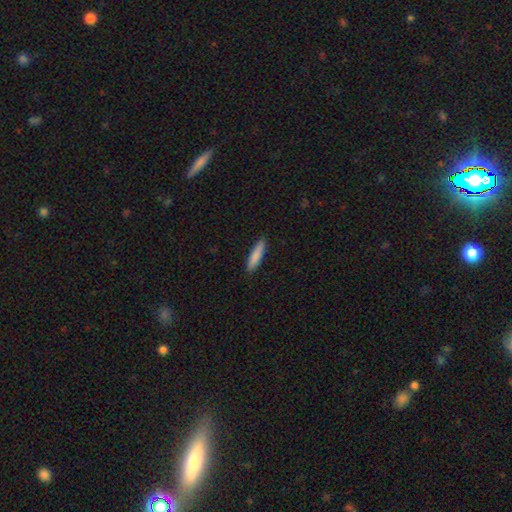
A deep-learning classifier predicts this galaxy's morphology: smooth 85%, featured or disk 9%, star or artifact 6%. Down the decision tree: how rounded — cigar-shaped (83%); merging — none (90%).